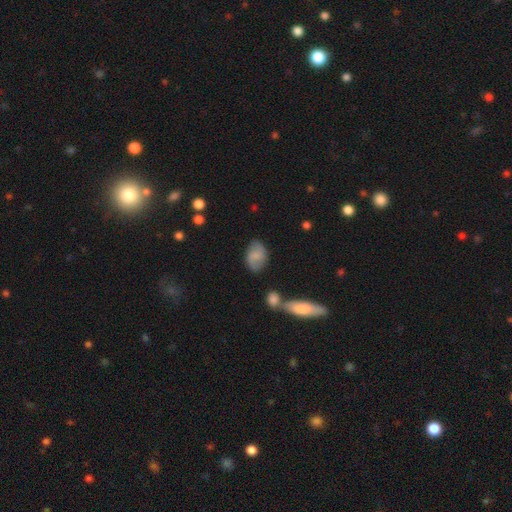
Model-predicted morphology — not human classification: Smooth or featured?
  - smooth: 64% *
  - featured or disk: 28%
  - star or artifact: 8%
How rounded?
  - in between: 85% *
  - round: 13%
  - cigar-shaped: 2%
Merging?
  - none: 71% *
  - minor disturbance: 19%
  - merger: 5%
  - major disturbance: 5%